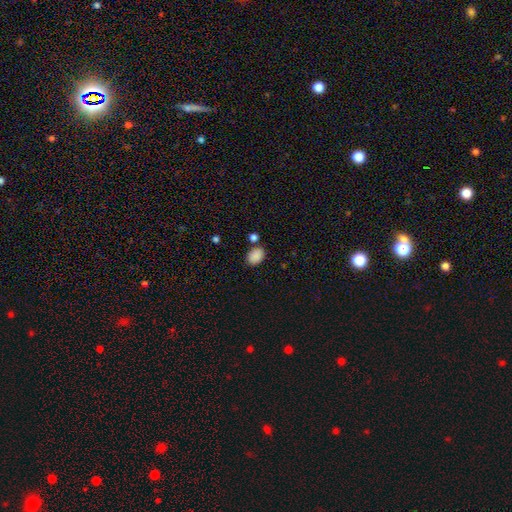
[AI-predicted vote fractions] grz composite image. It shows a smooth galaxy with no disk features (87%) that is in between round and cigar-shaped (76%). Merging: none (75%).